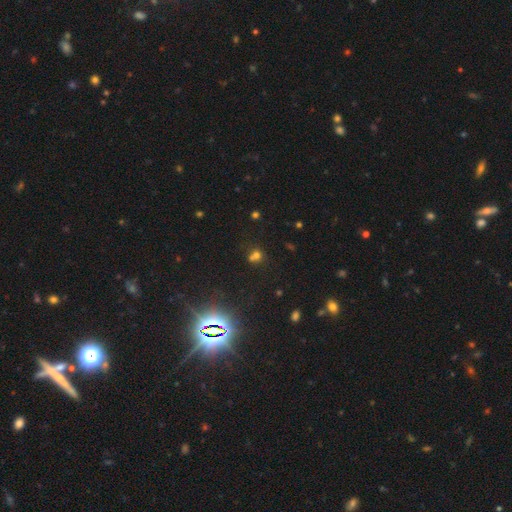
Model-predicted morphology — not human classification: Smooth or featured?
  - smooth: 55% *
  - star or artifact: 33%
  - featured or disk: 12%
How rounded?
  - round: 79% *
  - in between: 19%
  - cigar-shaped: 1%
Merging?
  - none: 49% *
  - merger: 37%
  - minor disturbance: 9%
  - major disturbance: 5%